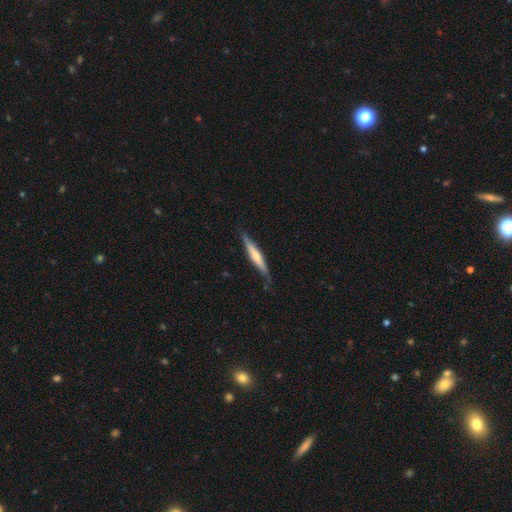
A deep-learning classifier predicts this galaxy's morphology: smooth_or_featured: featured or disk (p=0.48) [alt: smooth p=0.47]
merging: none (p=0.77) [alt: minor disturbance p=0.19]